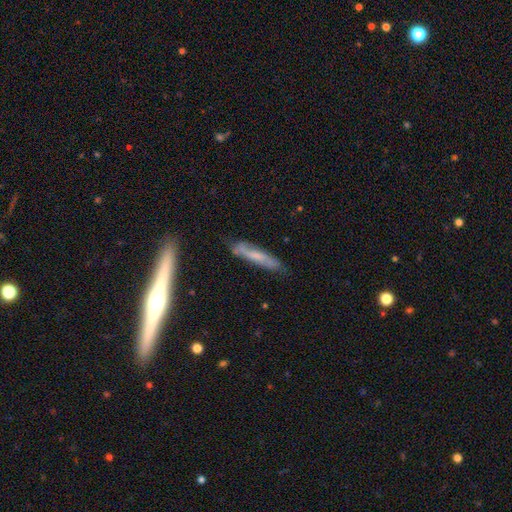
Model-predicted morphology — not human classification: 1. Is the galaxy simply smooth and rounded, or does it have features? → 48% featured or disk, 45% smooth, 8% star or artifact.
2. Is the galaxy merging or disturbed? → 72% none, 20% minor disturbance, 5% major disturbance, 3% merger.